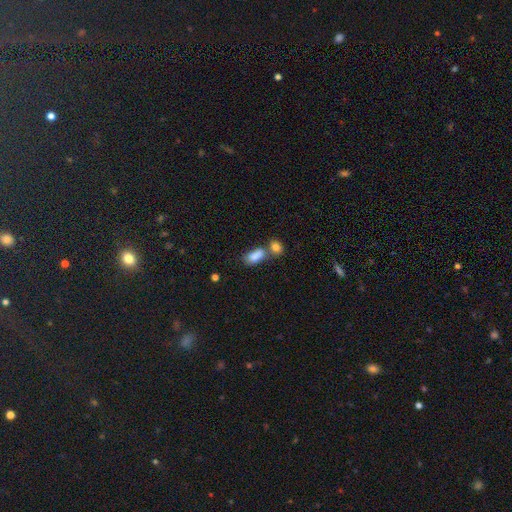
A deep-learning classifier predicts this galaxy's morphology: Smooth or featured?
  - smooth: 84% *
  - star or artifact: 8%
  - featured or disk: 7%
How rounded?
  - in between: 89% *
  - round: 6%
  - cigar-shaped: 5%
Merging?
  - merger: 47% *
  - none: 35%
  - minor disturbance: 12%
  - major disturbance: 5%